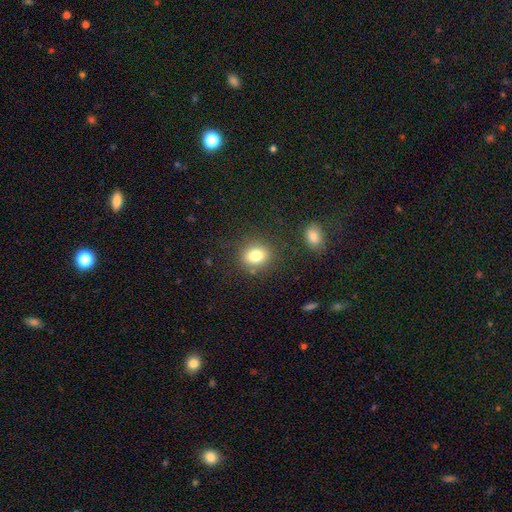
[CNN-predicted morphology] type=smooth (80%); roundness=round (62%); merging=none (81%).